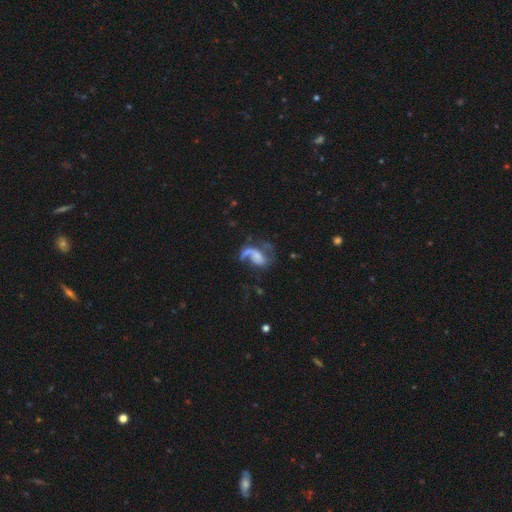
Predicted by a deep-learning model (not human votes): A featured or disk galaxy (66%) with no bar (62%), 1 (63%) loose (60%) spiral arms (79%) and no central bulge (46%). Merging: major disturbance (44%).